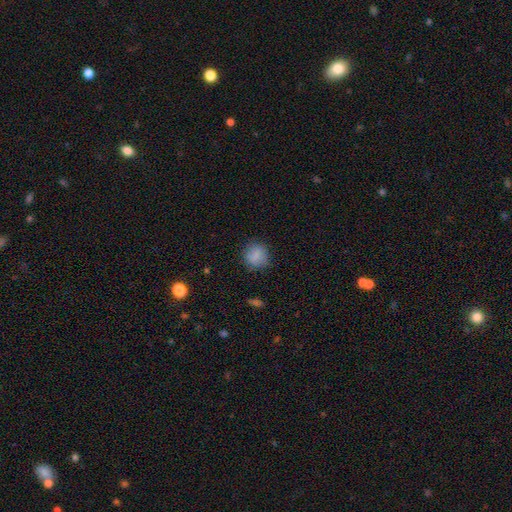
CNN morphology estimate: smooth-or-featured: smooth: 85% | star or artifact: 9% | featured or disk: 6%
  how-rounded: round: 86% | in between: 13% | cigar-shaped: 1%
  merging: none: 84% | minor disturbance: 12% | major disturbance: 3% | merger: 1%